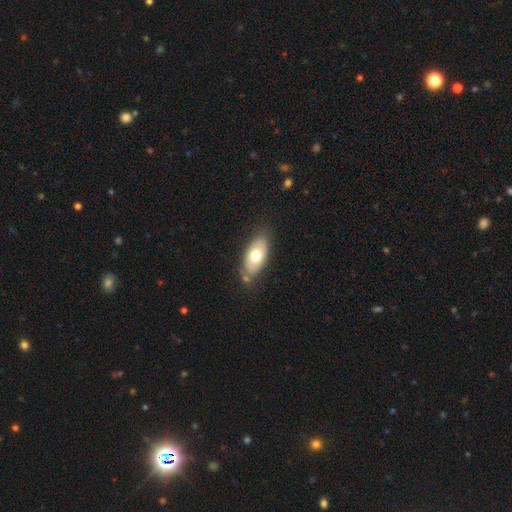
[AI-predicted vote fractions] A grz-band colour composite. It shows a smooth galaxy with no disk features (65%) that is in between round and cigar-shaped (91%). Merging: none (73%).